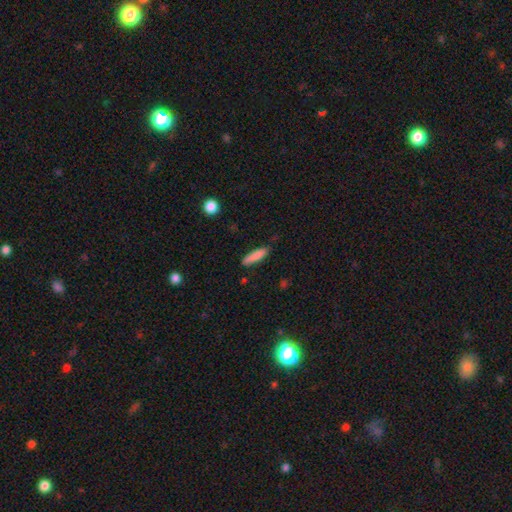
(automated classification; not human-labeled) A smooth galaxy with no disk features (84%) that is cigar-shaped (77%). Merging: none (78%).